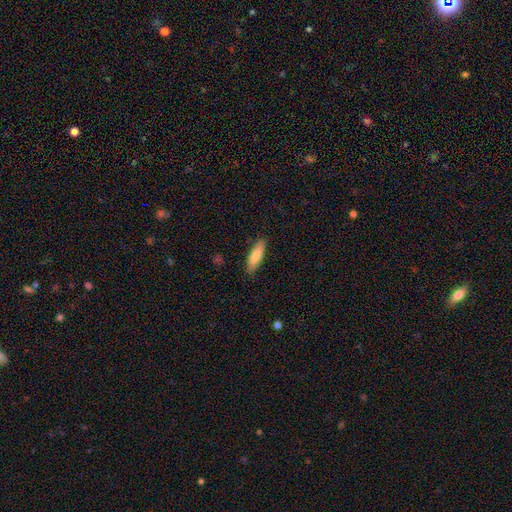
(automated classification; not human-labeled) Overall: smooth (80%). How rounded: cigar-shaped (56%; in between 42%). Merging: none (87%).